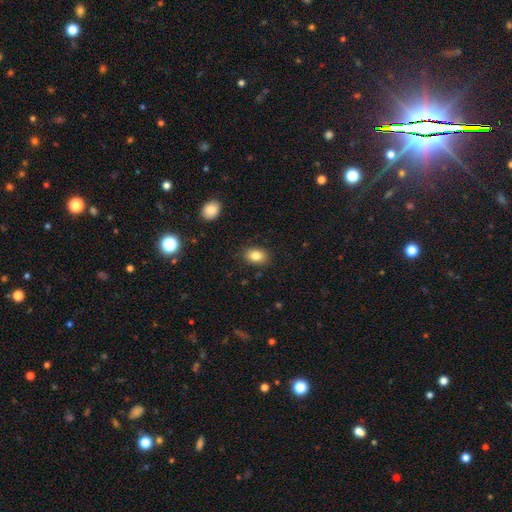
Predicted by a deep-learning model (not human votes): This is clearly a smooth galaxy (84%). How rounded: likely in between (77%). Merging: clearly none (87%).